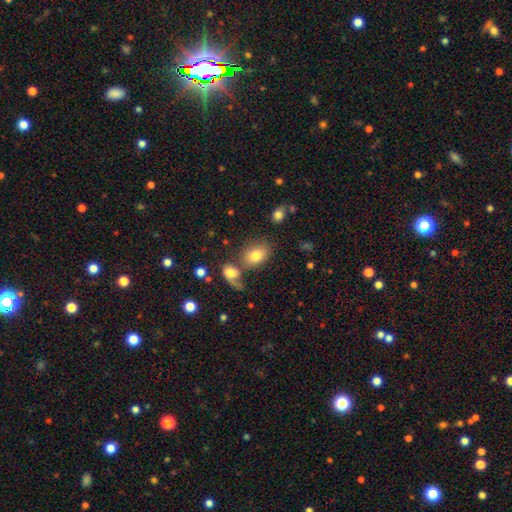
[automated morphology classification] smooth-or-featured: smooth: 78% | featured or disk: 12% | star or artifact: 10%
  how-rounded: in between: 63% | round: 35% | cigar-shaped: 1%
  merging: none: 56% | merger: 23% | minor disturbance: 13% | major disturbance: 8%